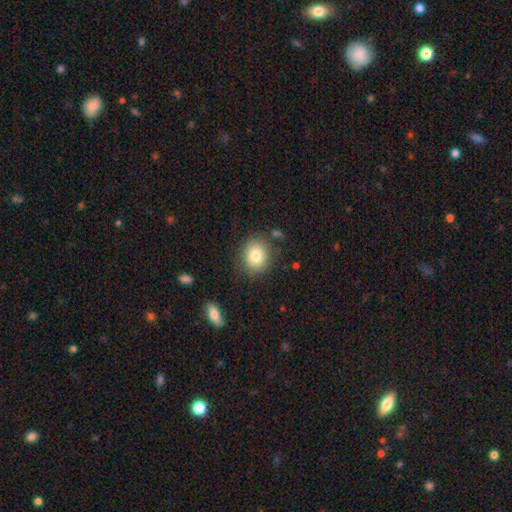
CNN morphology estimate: Smooth or featured: smooth — 82% (star or artifact — 9%)
How rounded: round — 73% (in between — 26%)
Merging: none — 83% (minor disturbance — 11%)